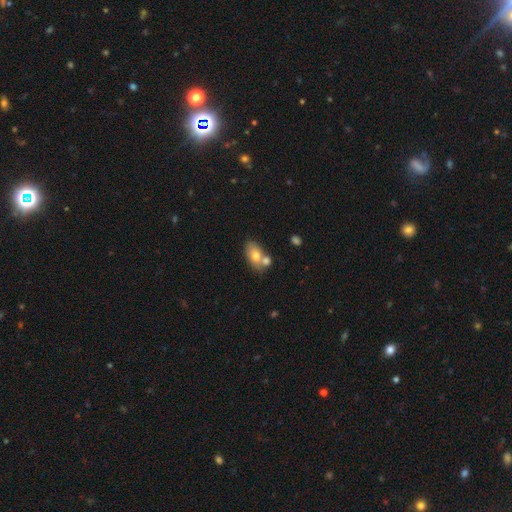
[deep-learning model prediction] The model was most divided on "merging": none: 45%, merger: 37%, minor disturbance: 13%, major disturbance: 4%. More confident: how rounded — in between (88%); smooth or featured — smooth (73%).